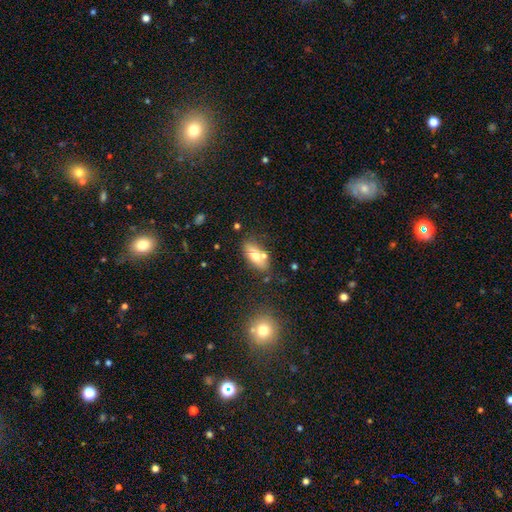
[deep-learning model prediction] Smooth or featured?
  - smooth: 68% *
  - featured or disk: 24%
  - star or artifact: 8%
How rounded?
  - in between: 79% *
  - cigar-shaped: 17%
  - round: 4%
Merging?
  - none: 69% *
  - minor disturbance: 14%
  - merger: 13%
  - major disturbance: 4%